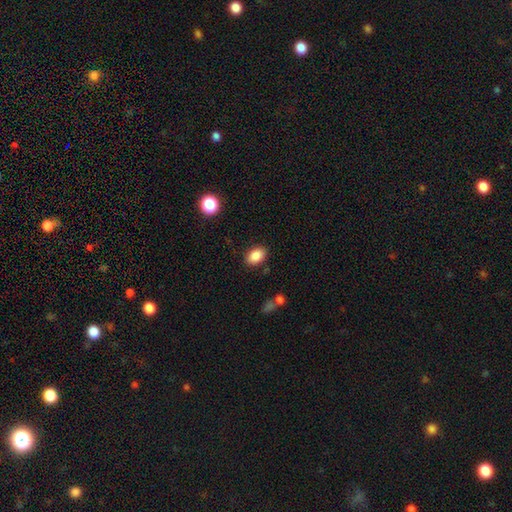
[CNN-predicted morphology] A smooth galaxy with no disk features (87%) that is in between round and cigar-shaped (83%).

Vote fractions:
- Smooth or featured? smooth: 87% / star or artifact: 8% / featured or disk: 4%
- How rounded? in between: 83% / round: 16% / cigar-shaped: 1%
- Merging? none: 86% / minor disturbance: 10% / major disturbance: 3% / merger: 2%